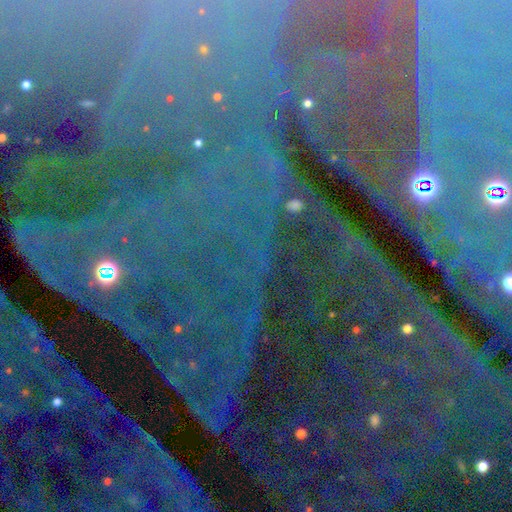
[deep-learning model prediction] smooth_or_featured: star or artifact (p=0.87) [alt: featured or disk p=0.07]